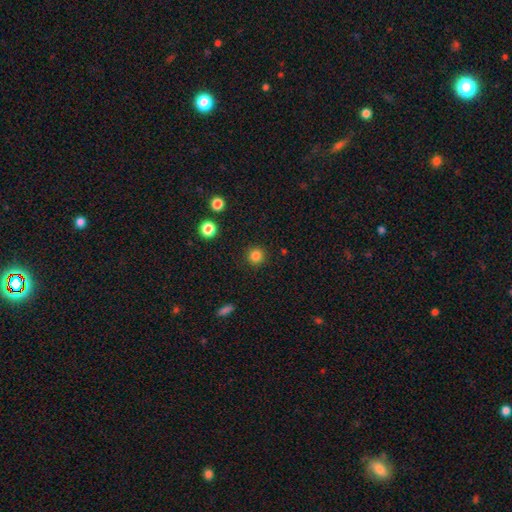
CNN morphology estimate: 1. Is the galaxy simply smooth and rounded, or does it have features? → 84% smooth, 12% star or artifact, 4% featured or disk.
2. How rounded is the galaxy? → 95% round, 4% in between, 1% cigar-shaped.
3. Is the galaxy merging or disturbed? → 91% none, 5% minor disturbance, 2% major disturbance, 1% merger.